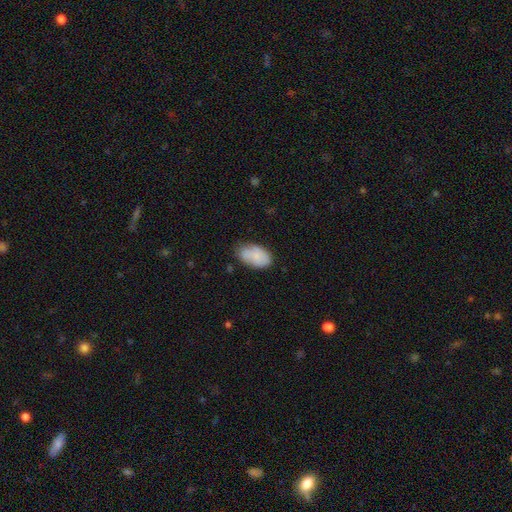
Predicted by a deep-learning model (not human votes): A smooth galaxy with no disk features (81%) that is in between round and cigar-shaped (94%). Merging: none (64%).